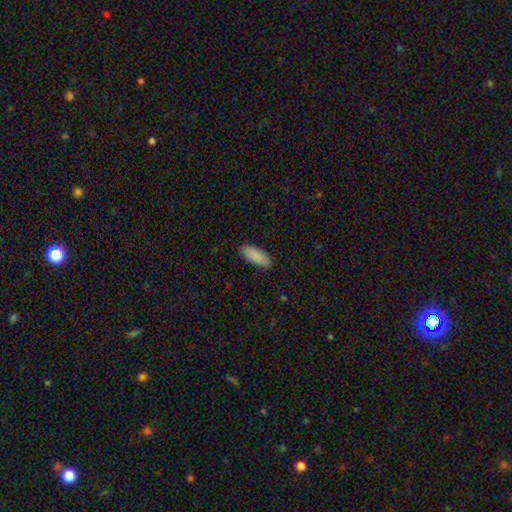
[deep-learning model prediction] smooth 89%, star or artifact 6%, featured or disk 5%. Down the decision tree: how rounded — in between (78%); merging — none (88%).